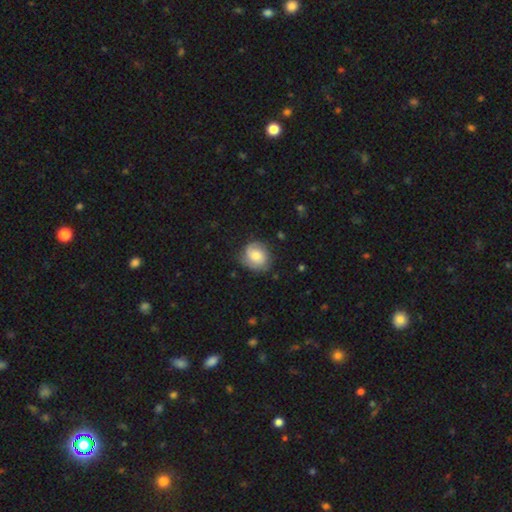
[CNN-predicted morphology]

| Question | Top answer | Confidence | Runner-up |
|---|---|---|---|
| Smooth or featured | smooth | 59% | featured or disk (33%) |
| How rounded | round | 63% | in between (36%) |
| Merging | none | 70% | minor disturbance (22%) |